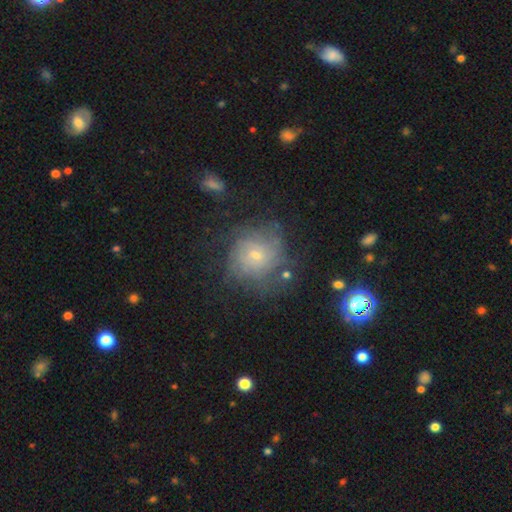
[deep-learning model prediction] Smooth or featured? featured or disk (60%)
Edge-on disk? no (97%)
Bar? no (67%)
Spiral arms? yes (77%)
Bulge size? small (69%)
Merging? none (62%)